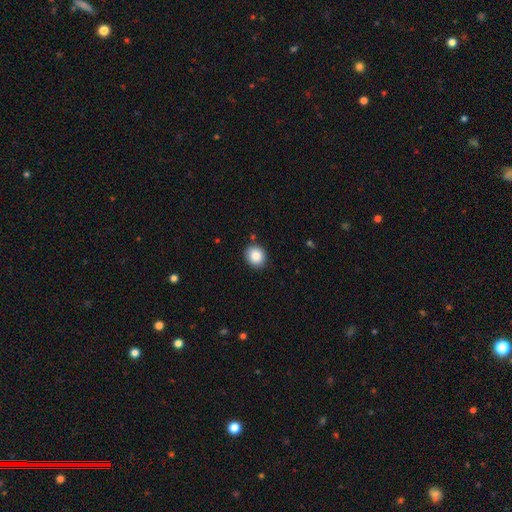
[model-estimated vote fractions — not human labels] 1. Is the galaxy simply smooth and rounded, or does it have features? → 87% smooth, 8% star or artifact, 5% featured or disk.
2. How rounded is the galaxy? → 72% round, 28% in between, 1% cigar-shaped.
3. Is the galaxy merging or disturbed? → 87% none, 9% minor disturbance, 2% major disturbance, 2% merger.